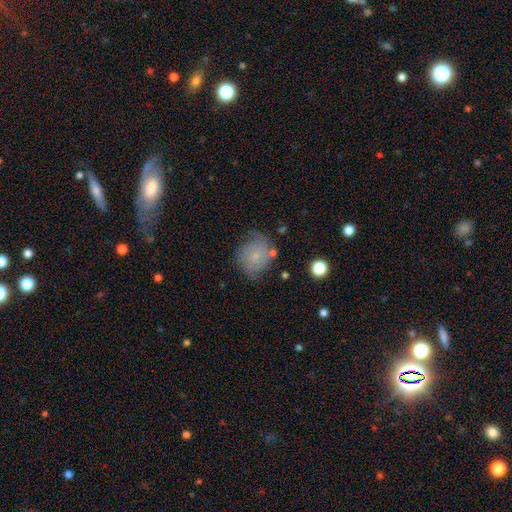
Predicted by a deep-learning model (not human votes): Smooth or featured? Predicted: smooth (p=0.52). How rounded? Predicted: round (p=0.72). Merging? Predicted: none (p=0.60).